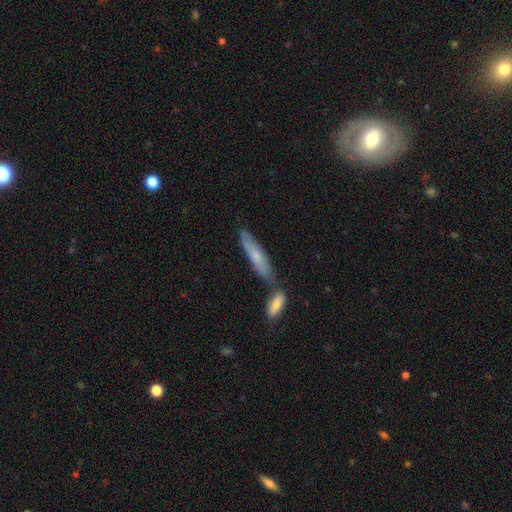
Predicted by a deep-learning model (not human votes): This appears to be a smooth galaxy with no disk features (61%) that is cigar-shaped (82%). Merging: none (56%).